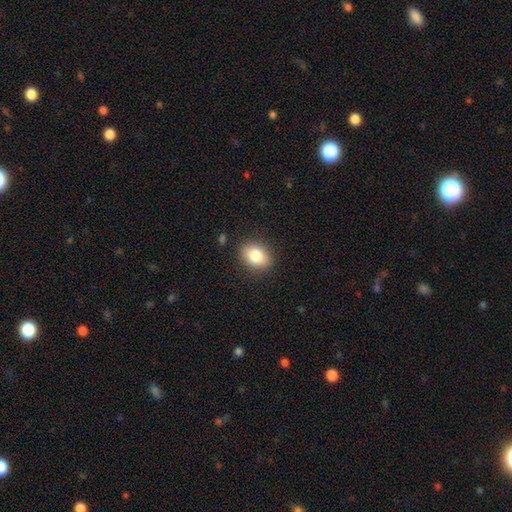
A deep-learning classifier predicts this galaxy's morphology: Smooth or featured? Predicted: smooth (p=0.82). How rounded? Predicted: in between (p=0.67). Merging? Predicted: none (p=0.87).